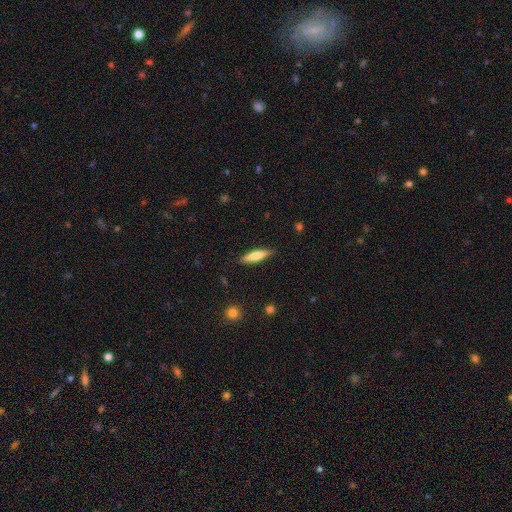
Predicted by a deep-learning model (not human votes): This appears to be a smooth galaxy with no disk features (70%) that is cigar-shaped (77%). Merging: none (88%).